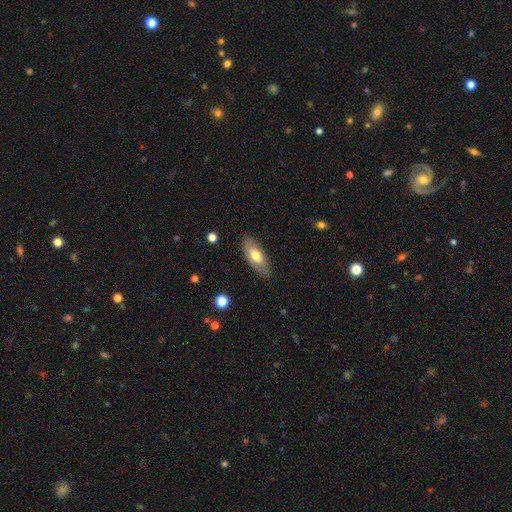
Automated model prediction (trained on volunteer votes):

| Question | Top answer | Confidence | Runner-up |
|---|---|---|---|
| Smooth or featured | smooth | 62% | featured or disk (32%) |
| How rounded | in between | 82% | cigar-shaped (15%) |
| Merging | none | 84% | minor disturbance (12%) |